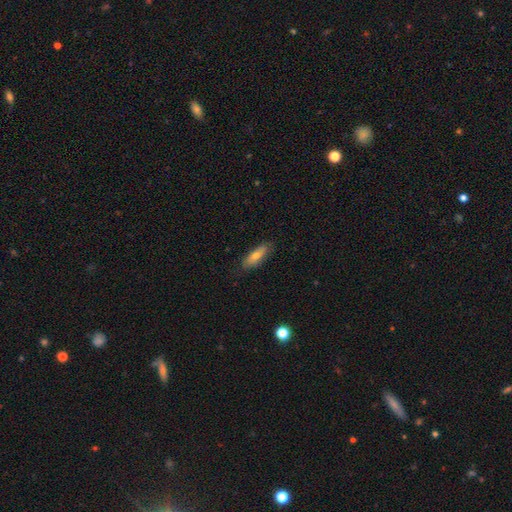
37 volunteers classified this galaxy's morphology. Smooth or featured? 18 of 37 (49%) said smooth. How rounded? 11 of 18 (61%) said cigar-shaped. Merging? 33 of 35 (94%) said none.